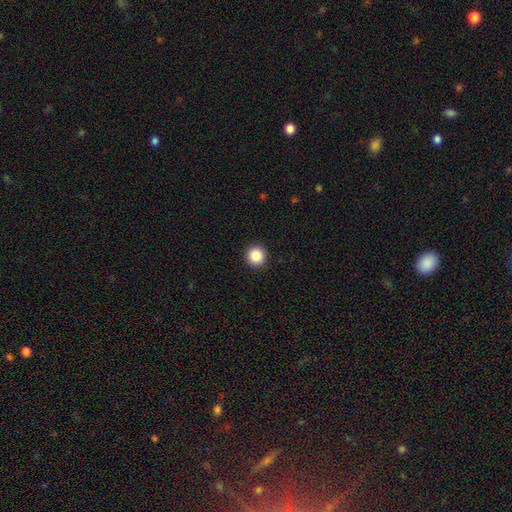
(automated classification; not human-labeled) This appears to be a smooth galaxy with no disk features (88%) that is round (95%). Merging: none (93%).